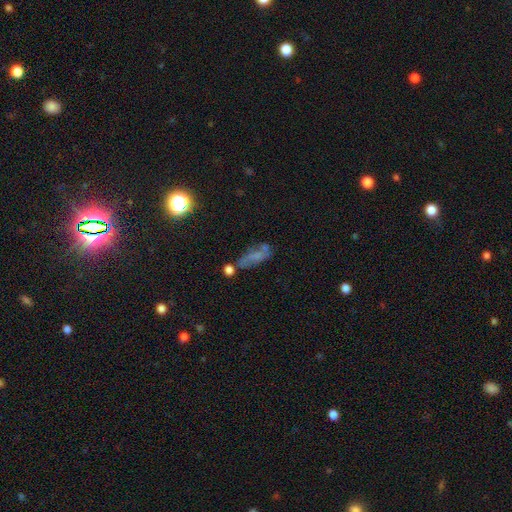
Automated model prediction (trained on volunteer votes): Overall: smooth (48%; featured or disk 31%). Merging: none (51%; minor disturbance 21%).